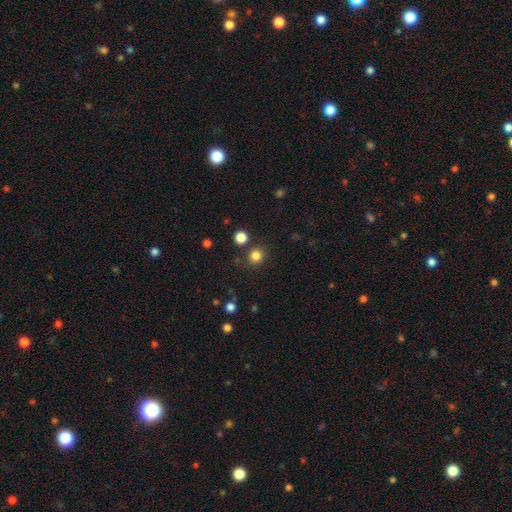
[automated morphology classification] A smooth galaxy with no disk features (82%) that is round (89%). Merging: none (85%).